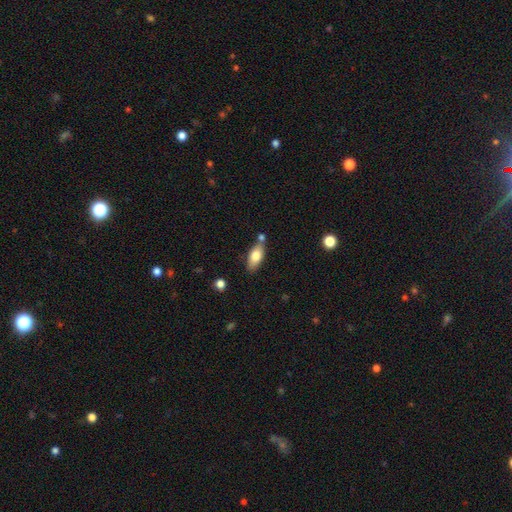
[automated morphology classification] smooth_or_featured: smooth (p=0.75) [alt: featured or disk p=0.18]
how_rounded: in between (p=0.85) [alt: cigar-shaped p=0.12]
merging: none (p=0.69) [alt: minor disturbance p=0.15]